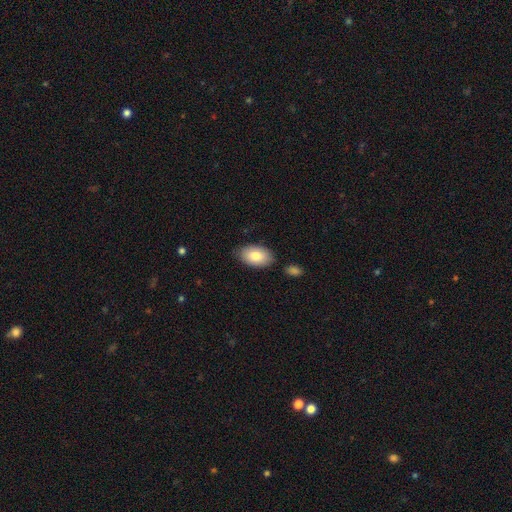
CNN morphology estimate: A smooth galaxy with no disk features (82%) that is in between round and cigar-shaped (93%). Merging: none (81%).